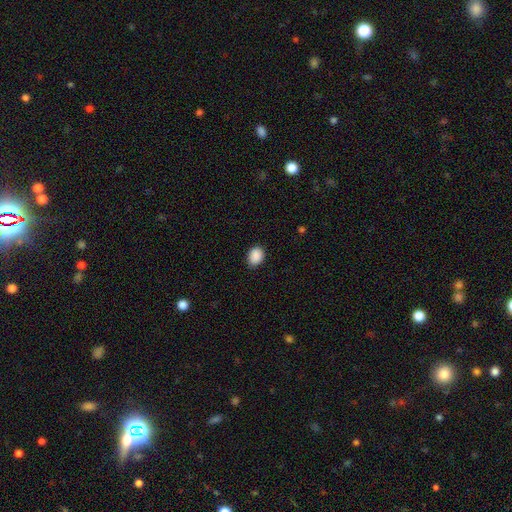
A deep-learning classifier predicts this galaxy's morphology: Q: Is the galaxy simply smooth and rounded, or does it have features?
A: smooth — 90%.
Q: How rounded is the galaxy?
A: in between — 65%.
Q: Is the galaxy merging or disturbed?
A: none — 84%.